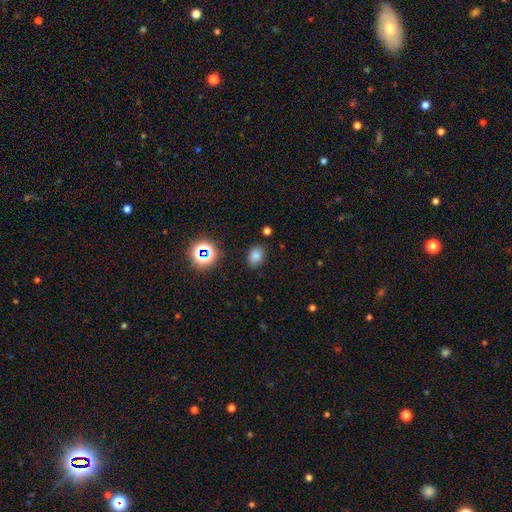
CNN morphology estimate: Overall: smooth (76%). How rounded: in between (65%; round 34%). Merging: none (84%).